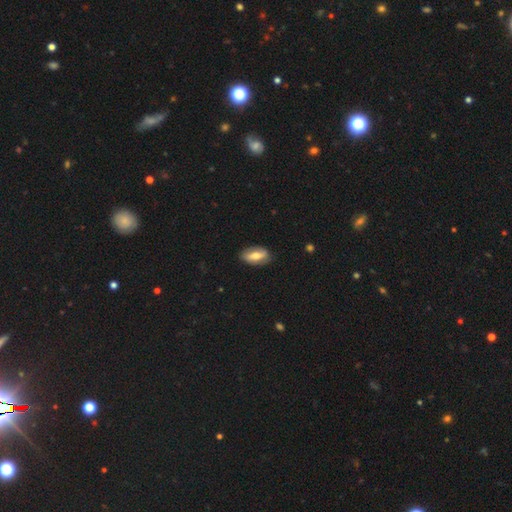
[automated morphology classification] A smooth galaxy with no disk features (58%) that is in between round and cigar-shaped (86%). Merging: none (82%).